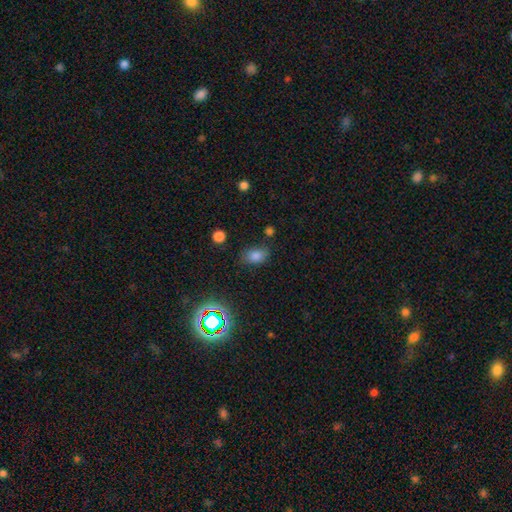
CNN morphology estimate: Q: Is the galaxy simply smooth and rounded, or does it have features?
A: smooth — 78%.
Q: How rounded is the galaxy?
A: in between — 80%.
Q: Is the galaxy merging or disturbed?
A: none — 72%.